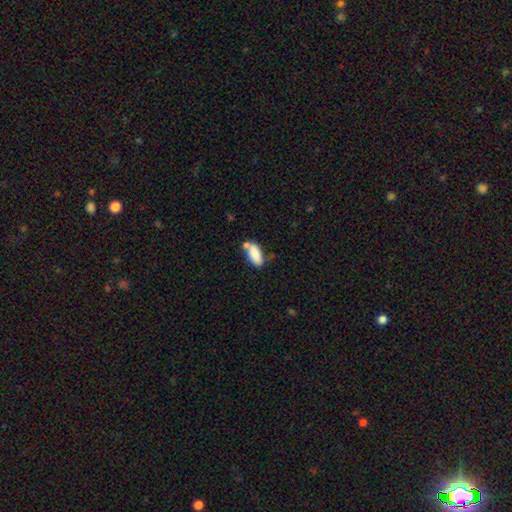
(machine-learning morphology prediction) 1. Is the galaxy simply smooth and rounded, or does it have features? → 83% smooth, 10% featured or disk, 7% star or artifact.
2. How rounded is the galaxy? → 84% in between, 14% cigar-shaped, 2% round.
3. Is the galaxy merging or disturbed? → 55% none, 20% merger, 20% minor disturbance, 5% major disturbance.